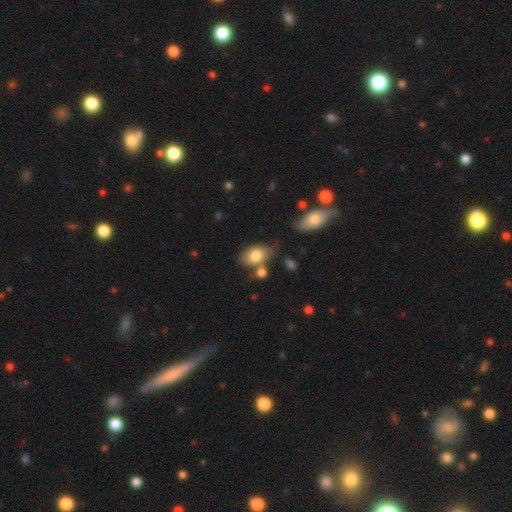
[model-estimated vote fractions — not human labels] A smooth galaxy with no disk features (79%) that is in between round and cigar-shaped (87%). Merging: none (53%).